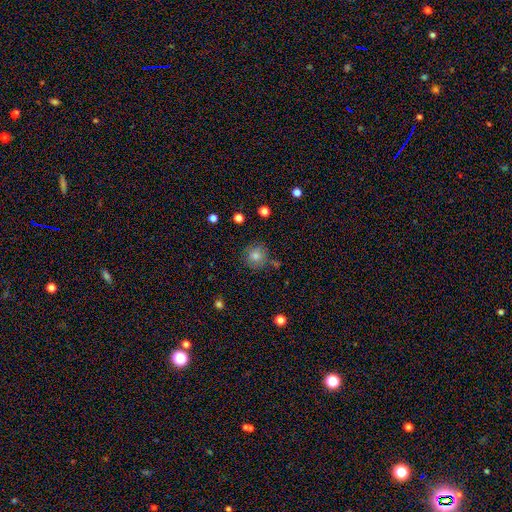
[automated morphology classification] Q: Smooth or featured?
A: smooth (72%); runner-up: star or artifact (15%)
Q: How rounded?
A: round (92%); runner-up: in between (7%)
Q: Merging?
A: none (80%); runner-up: minor disturbance (12%)